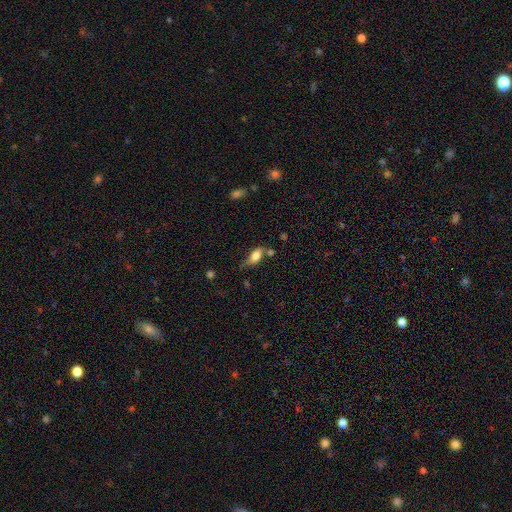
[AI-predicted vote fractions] Smooth or featured? Predicted: smooth (p=0.65). How rounded? Predicted: in between (p=0.80). Merging? Predicted: none (p=0.46).